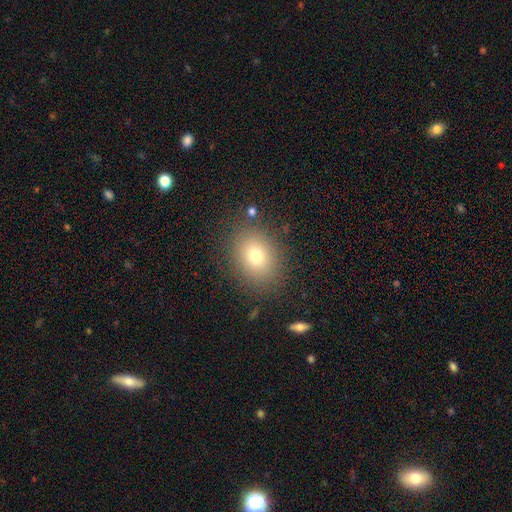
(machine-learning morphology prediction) smooth_or_featured: smooth (p=0.74) [alt: star or artifact p=0.14]
how_rounded: in between (p=0.57) [alt: round p=0.42]
merging: none (p=0.85) [alt: minor disturbance p=0.09]